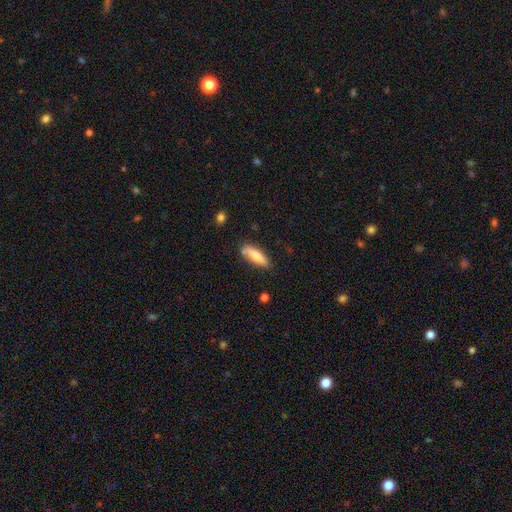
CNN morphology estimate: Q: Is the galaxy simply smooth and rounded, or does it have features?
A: smooth — 72%.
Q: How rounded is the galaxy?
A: cigar-shaped — 58%.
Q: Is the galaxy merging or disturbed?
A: none — 77%.